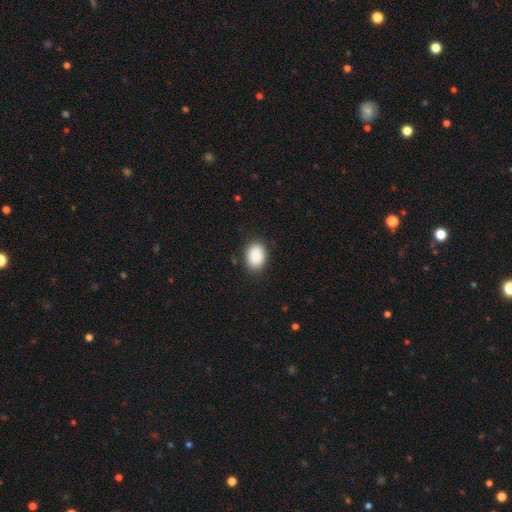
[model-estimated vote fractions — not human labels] Smooth or featured?
  - smooth: 91% *
  - star or artifact: 7%
  - featured or disk: 3%
How rounded?
  - in between: 76% *
  - round: 23%
  - cigar-shaped: 1%
Merging?
  - none: 87% *
  - minor disturbance: 10%
  - major disturbance: 2%
  - merger: 1%